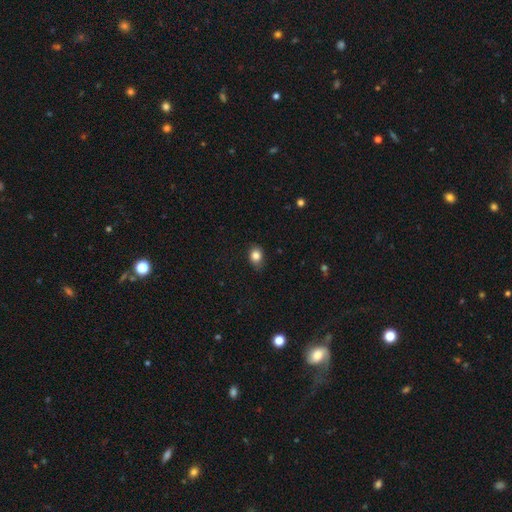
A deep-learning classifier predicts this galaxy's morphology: This is clearly a smooth galaxy (84%). How rounded: possibly in between (54%). Merging: likely none (79%).